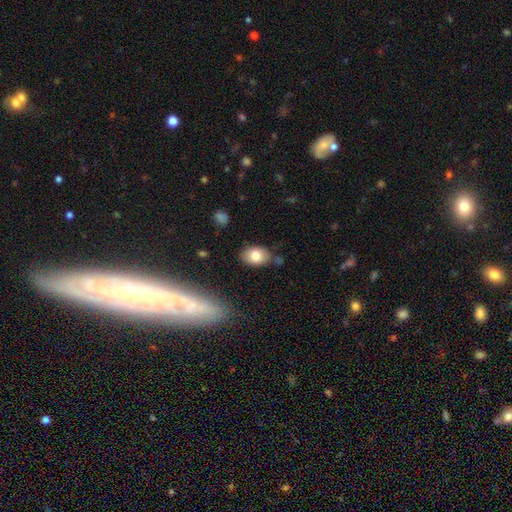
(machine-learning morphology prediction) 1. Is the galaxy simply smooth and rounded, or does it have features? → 79% smooth, 13% featured or disk, 8% star or artifact.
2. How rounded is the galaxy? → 82% in between, 17% round, 1% cigar-shaped.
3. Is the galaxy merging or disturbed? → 80% none, 14% minor disturbance, 3% merger, 3% major disturbance.